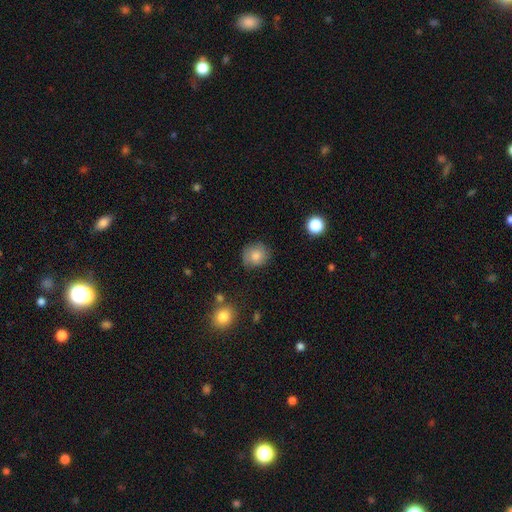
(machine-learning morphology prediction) Q: Smooth or featured?
A: smooth (81%); runner-up: featured or disk (10%)
Q: How rounded?
A: round (76%); runner-up: in between (23%)
Q: Merging?
A: none (75%); runner-up: minor disturbance (19%)